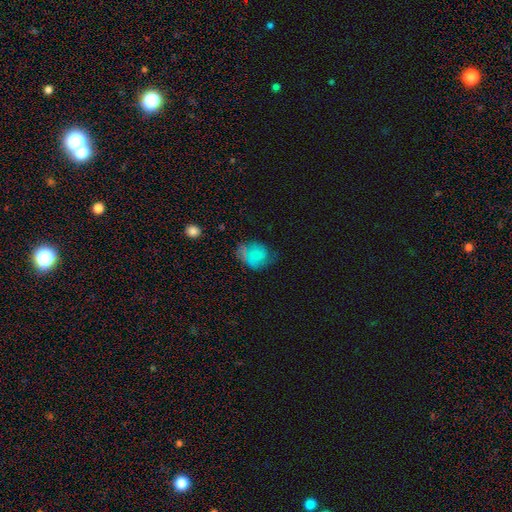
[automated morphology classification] This is likely a smooth galaxy (62%). How rounded: likely round (68%). Merging: possibly none (48%).